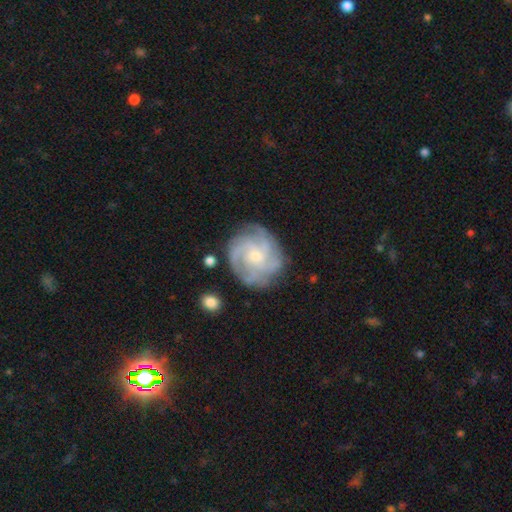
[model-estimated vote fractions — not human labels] Morphology: type=featured or disk (86%); edge-on=no (98%); bar=no (67%); spiral arms=yes (97%); winding=tight (61%); arm count=4 (33%); bulge=small (67%); merging=none (78%).